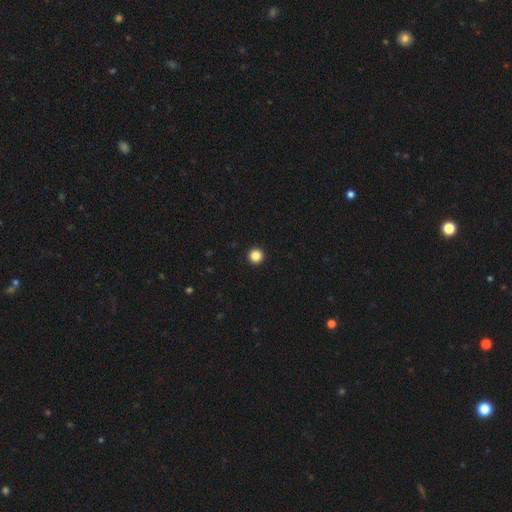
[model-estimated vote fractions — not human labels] Smooth or featured: smooth — 86% (star or artifact — 11%)
How rounded: round — 97% (in between — 3%)
Merging: none — 94% (minor disturbance — 3%)